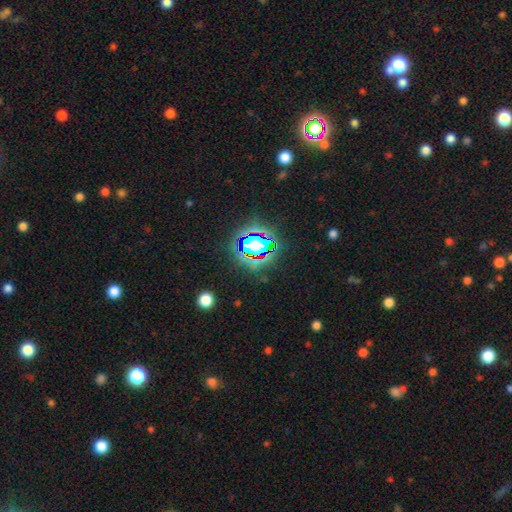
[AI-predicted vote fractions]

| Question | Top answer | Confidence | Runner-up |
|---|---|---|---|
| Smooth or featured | star or artifact | 80% | smooth (12%) |